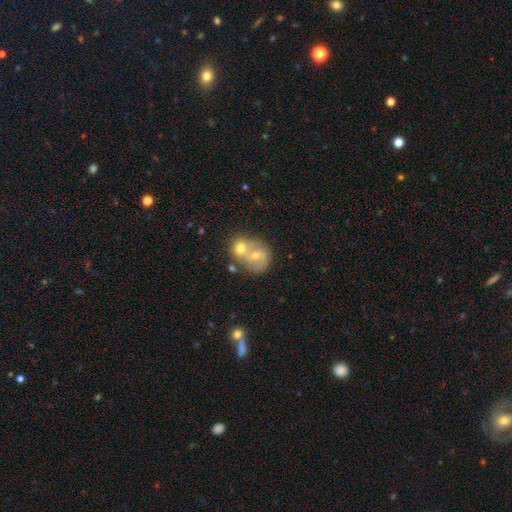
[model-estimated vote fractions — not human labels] Smooth or featured? Predicted: featured or disk (p=0.49). Merging? Predicted: merger (p=0.62).